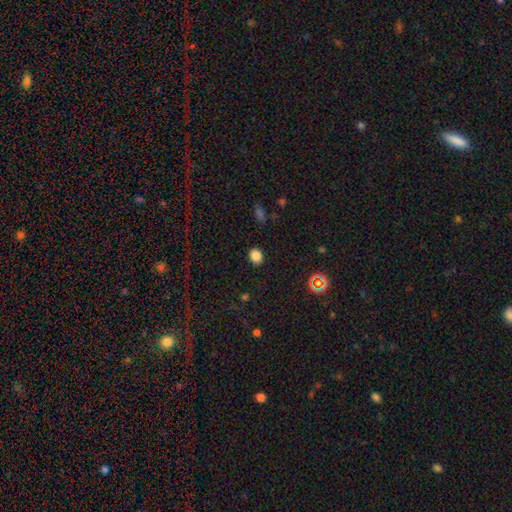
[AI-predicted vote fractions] A smooth galaxy with no disk features (83%) that is round (54%).

Vote fractions:
- Smooth or featured? smooth: 83% / star or artifact: 13% / featured or disk: 4%
- How rounded? round: 54% / in between: 45% / cigar-shaped: 1%
- Merging? none: 87% / minor disturbance: 9% / major disturbance: 2% / merger: 1%